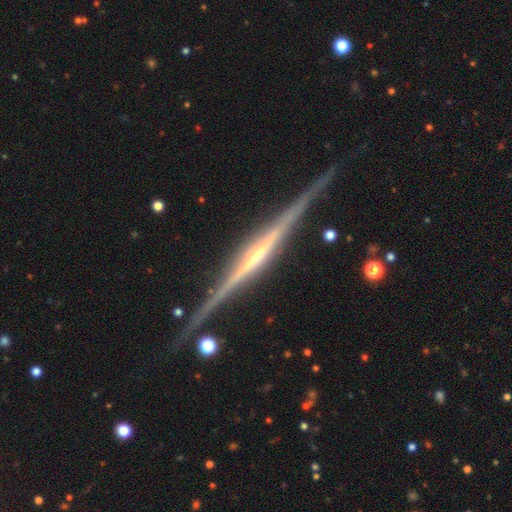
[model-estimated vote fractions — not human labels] smooth_or_featured: featured or disk (p=0.88) [alt: smooth p=0.07]
disk_edge_on: yes (p=0.98) [alt: no p=0.02]
edge_on_bulge: rounded (p=0.41) [alt: none p=0.39]
merging: none (p=0.86) [alt: minor disturbance p=0.10]